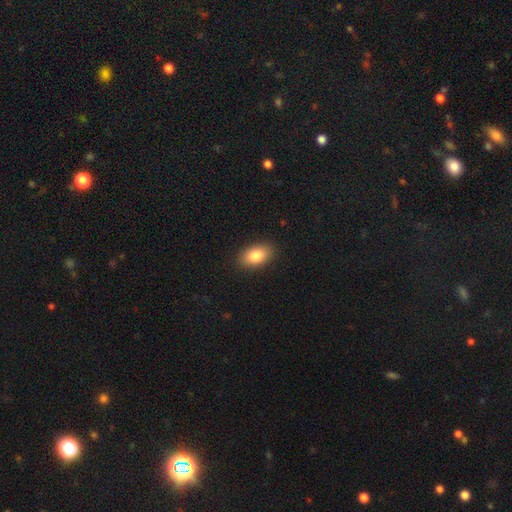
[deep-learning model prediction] Overall: smooth (84%). How rounded: in between (91%). Merging: none (89%).